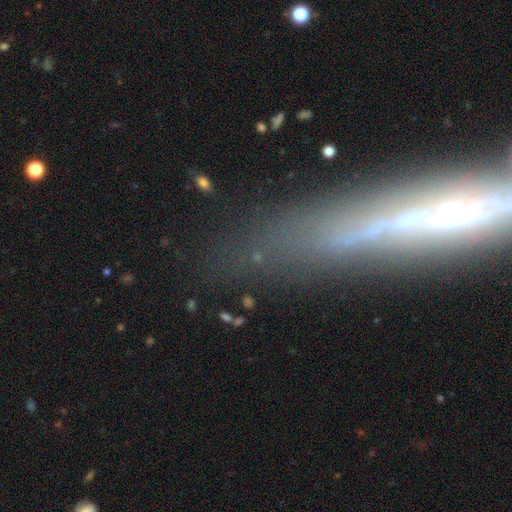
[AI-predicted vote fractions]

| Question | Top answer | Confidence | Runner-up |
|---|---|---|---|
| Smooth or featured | featured or disk | 57% | smooth (24%) |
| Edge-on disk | yes | 73% | no (27%) |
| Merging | none | 64% | minor disturbance (18%) |